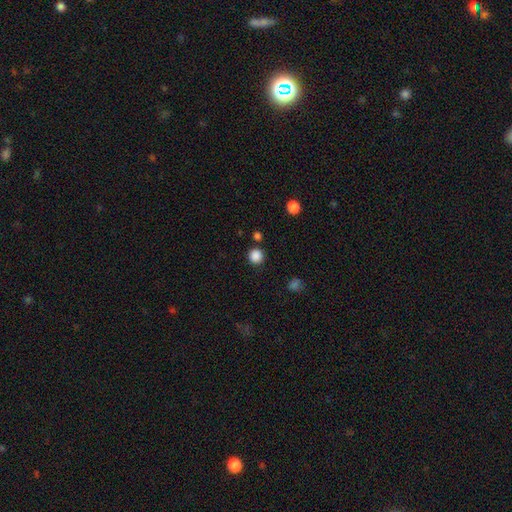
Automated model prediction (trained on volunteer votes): A smooth galaxy with no disk features (86%) that is round (94%). Merging: none (88%).